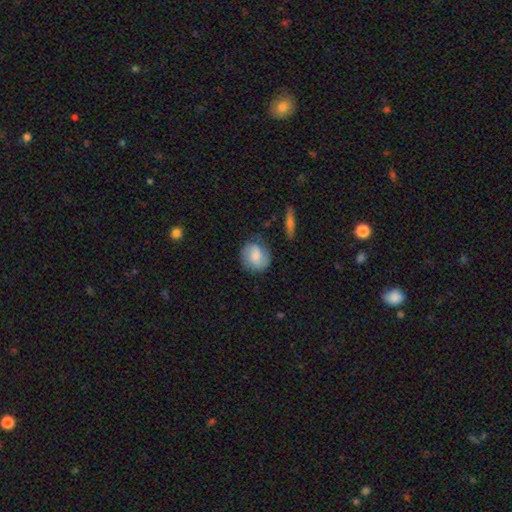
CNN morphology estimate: smooth 49%, featured or disk 44%, star or artifact 7%. Down the decision tree: merging — none (71%).